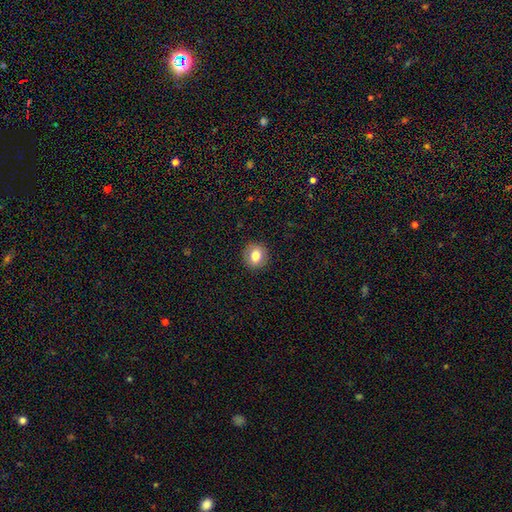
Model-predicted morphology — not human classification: Q: Smooth or featured?
A: smooth (80%); runner-up: featured or disk (10%)
Q: How rounded?
A: round (83%); runner-up: in between (17%)
Q: Merging?
A: none (91%); runner-up: minor disturbance (6%)